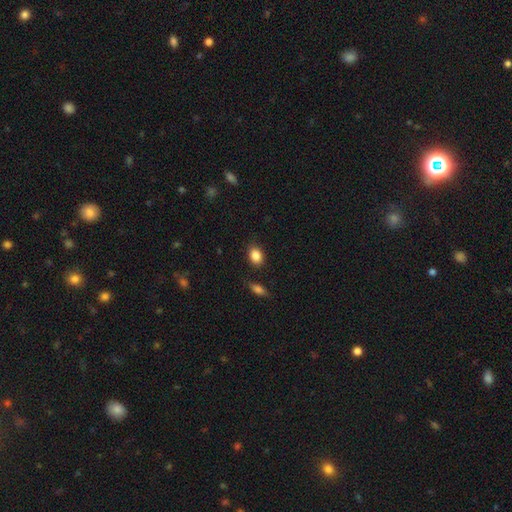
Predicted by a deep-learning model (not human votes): Overall: smooth (86%). How rounded: in between (70%). Merging: none (85%).